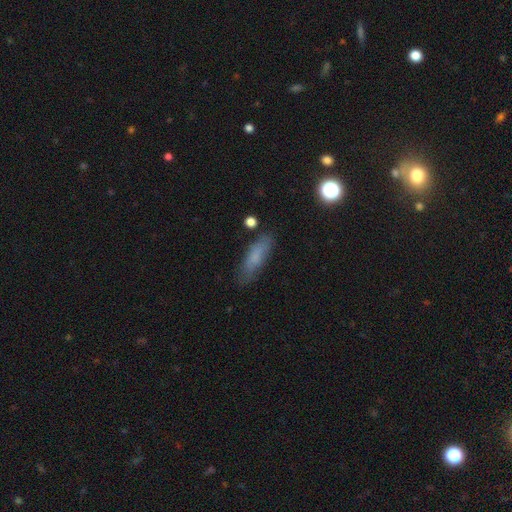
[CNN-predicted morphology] smooth_or_featured: smooth (p=0.73) [alt: featured or disk p=0.18]
how_rounded: cigar-shaped (p=0.53) [alt: in between p=0.44]
merging: none (p=0.78) [alt: minor disturbance p=0.16]